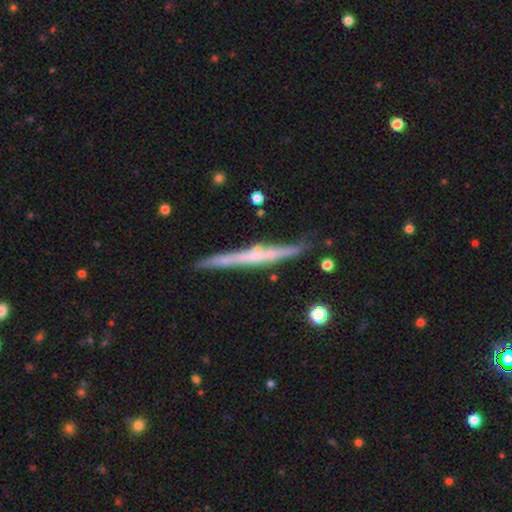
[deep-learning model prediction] The model was most divided on "smooth or featured": featured or disk: 63%, smooth: 30%, star or artifact: 6%. More confident: edge-on disk — yes (97%); merging — none (81%); edge-on bulge — none (68%).